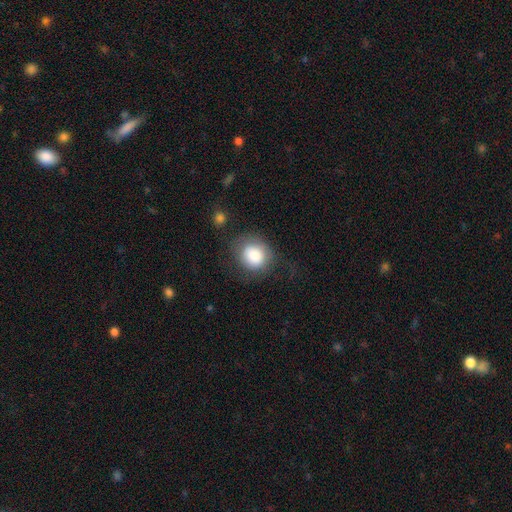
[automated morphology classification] Q: Smooth or featured?
A: smooth (82%); runner-up: featured or disk (11%)
Q: How rounded?
A: round (70%); runner-up: in between (29%)
Q: Merging?
A: none (57%); runner-up: minor disturbance (23%)